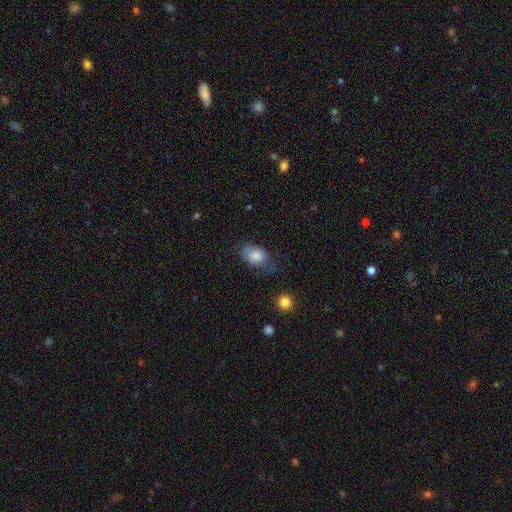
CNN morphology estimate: The model was most divided on "merging": none: 56%, minor disturbance: 28%, major disturbance: 13%, merger: 3%. More confident: how rounded — in between (80%); smooth or featured — smooth (75%).